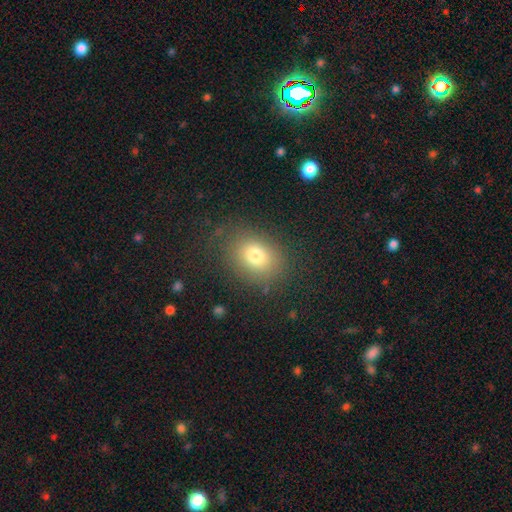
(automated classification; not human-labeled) Smooth or featured: smooth — 76% (star or artifact — 12%)
How rounded: in between — 58% (round — 41%)
Merging: none — 79% (minor disturbance — 13%)